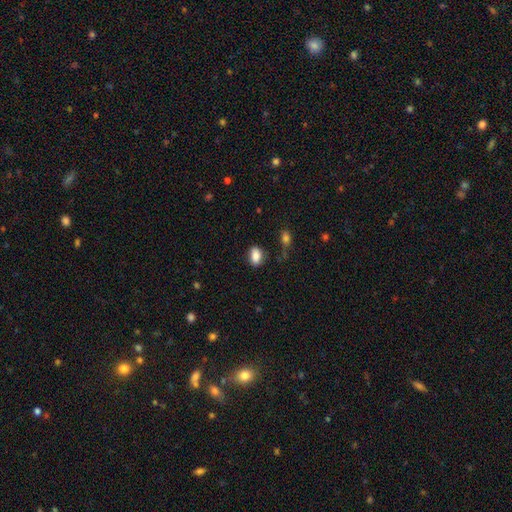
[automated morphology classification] Smooth or featured? Predicted: smooth (p=0.85). How rounded? Predicted: in between (p=0.84). Merging? Predicted: none (p=0.76).